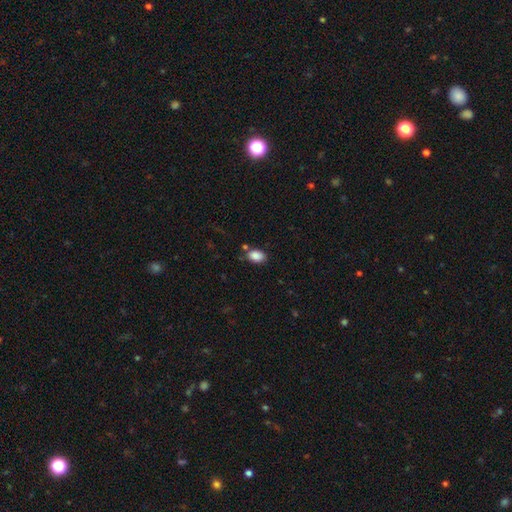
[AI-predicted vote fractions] Q: Smooth or featured?
A: smooth (88%); runner-up: star or artifact (8%)
Q: How rounded?
A: in between (82%); runner-up: round (16%)
Q: Merging?
A: none (75%); runner-up: minor disturbance (14%)